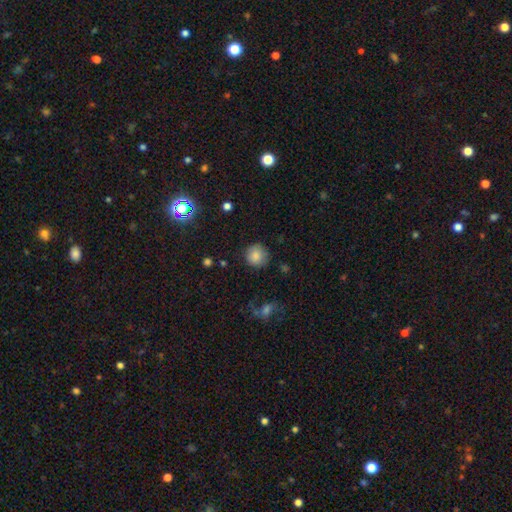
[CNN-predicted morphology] Overall: smooth (84%). How rounded: round (91%). Merging: none (82%).